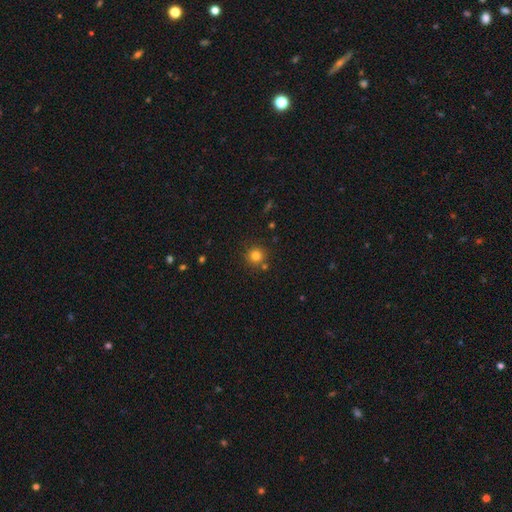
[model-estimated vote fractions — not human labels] A smooth galaxy with no disk features (81%) that is round (94%).

Vote fractions:
- Smooth or featured? smooth: 81% / star or artifact: 13% / featured or disk: 6%
- How rounded? round: 94% / in between: 5% / cigar-shaped: 1%
- Merging? none: 83% / minor disturbance: 8% / merger: 7% / major disturbance: 3%